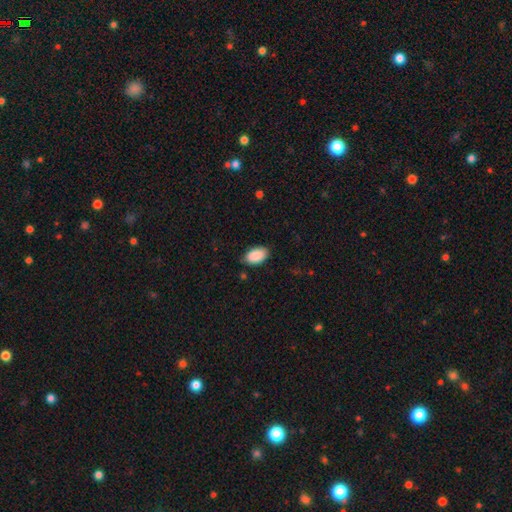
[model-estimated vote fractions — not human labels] A smooth galaxy with no disk features (90%) that is in between round and cigar-shaped (94%).

Vote fractions:
- Smooth or featured? smooth: 90% / star or artifact: 6% / featured or disk: 4%
- How rounded? in between: 94% / round: 5% / cigar-shaped: 1%
- Merging? none: 80% / minor disturbance: 16% / major disturbance: 3% / merger: 1%